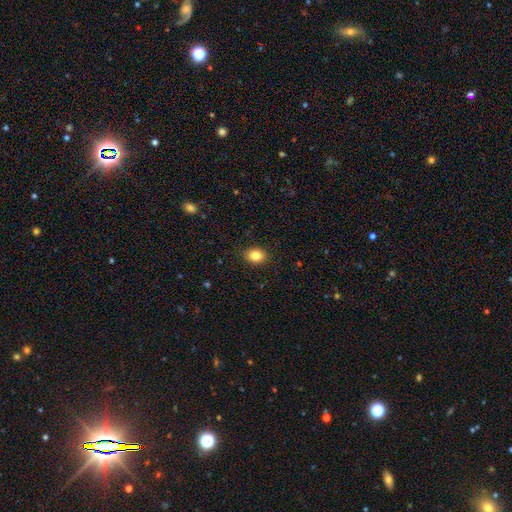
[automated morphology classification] Smooth or featured: smooth — 84% (star or artifact — 10%)
How rounded: in between — 63% (round — 36%)
Merging: none — 89% (minor disturbance — 8%)